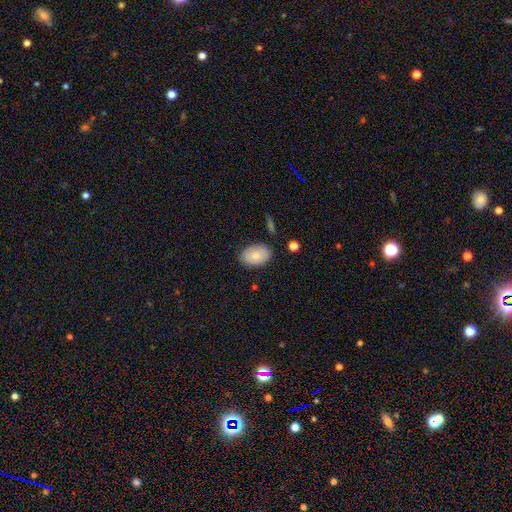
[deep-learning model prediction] This is likely a smooth galaxy (78%). How rounded: clearly in between (88%). Merging: clearly none (81%).